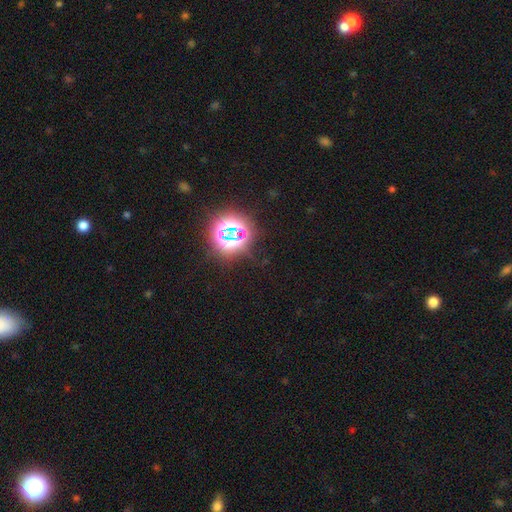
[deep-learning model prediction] smooth-or-featured: star or artifact: 79% | smooth: 14% | featured or disk: 6%